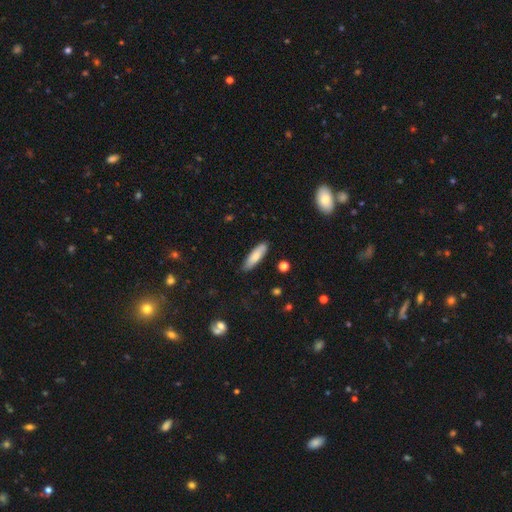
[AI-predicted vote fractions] This is likely a smooth galaxy (80%). How rounded: likely cigar-shaped (62%). Merging: clearly none (85%).